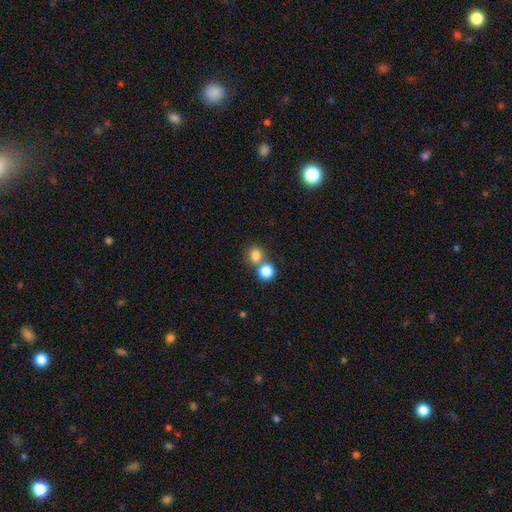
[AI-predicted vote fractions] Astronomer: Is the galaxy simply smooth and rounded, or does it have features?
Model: smooth — 80%.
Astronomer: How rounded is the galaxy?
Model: round — 87%.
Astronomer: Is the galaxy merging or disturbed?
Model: none — 55% (runner-up: merger, 36%).